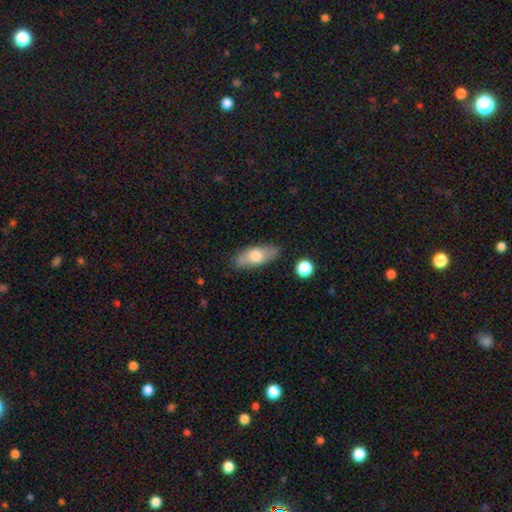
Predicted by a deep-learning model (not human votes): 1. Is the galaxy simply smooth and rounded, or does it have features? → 66% smooth, 28% featured or disk, 6% star or artifact.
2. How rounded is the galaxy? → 80% in between, 16% cigar-shaped, 4% round.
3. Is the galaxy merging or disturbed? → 79% none, 15% minor disturbance, 3% major disturbance, 3% merger.